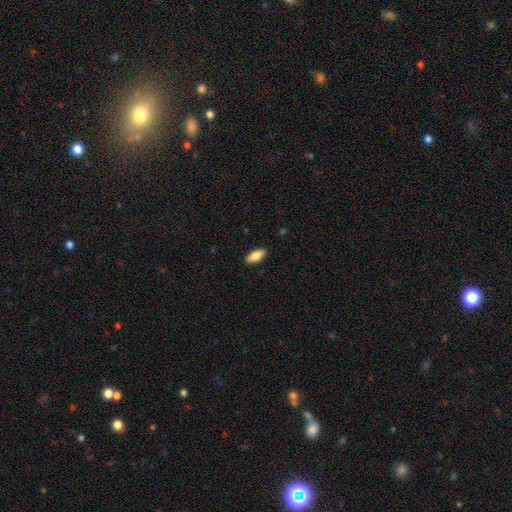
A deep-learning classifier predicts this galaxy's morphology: This appears to be a smooth galaxy with no disk features (83%) that is in between round and cigar-shaped (85%). Merging: none (89%).